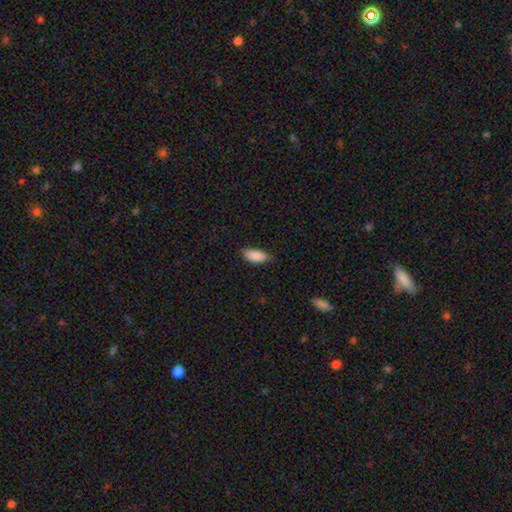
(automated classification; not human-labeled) Morphology: type=smooth (89%); roundness=in between (84%); merging=none (80%).